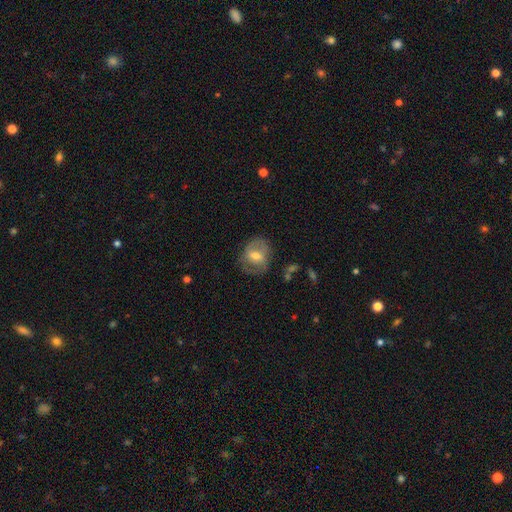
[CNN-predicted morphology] smooth_or_featured: featured or disk (p=0.51) [alt: smooth p=0.42]
disk_edge_on: no (p=0.95) [alt: yes p=0.05]
merging: none (p=0.67) [alt: minor disturbance p=0.21]